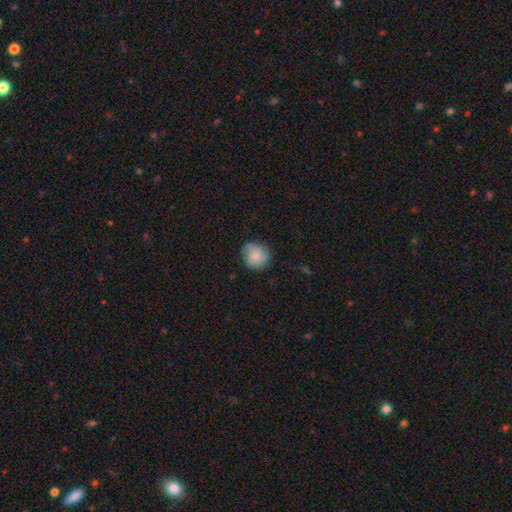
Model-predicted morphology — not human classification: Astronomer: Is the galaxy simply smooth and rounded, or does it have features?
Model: smooth — 66%.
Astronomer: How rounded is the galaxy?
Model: round — 83%.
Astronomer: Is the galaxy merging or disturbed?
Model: none — 72%.